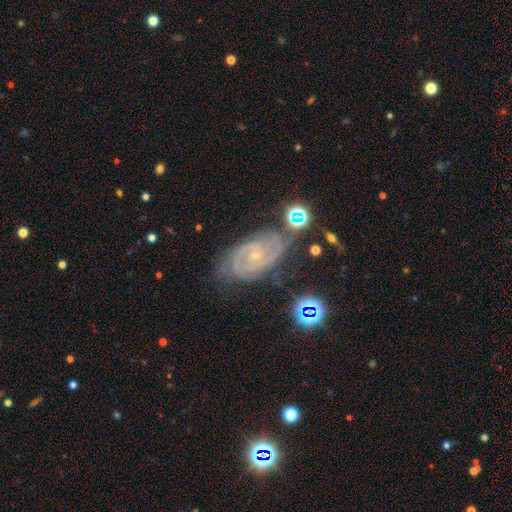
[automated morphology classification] Overall: featured or disk (85%). Edge-on disk: no (97%). Bar: no (62%; weak 30%). Spiral arms: yes (97%). Spiral arm count: 2 (59%). Spiral winding: tight (67%; medium 28%). Bulge size: small (78%). Merging: none (65%).